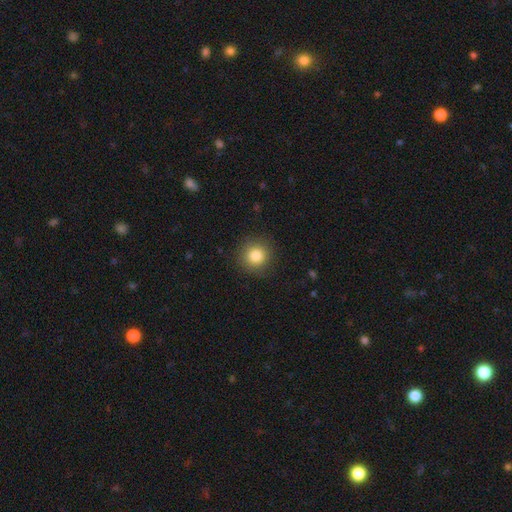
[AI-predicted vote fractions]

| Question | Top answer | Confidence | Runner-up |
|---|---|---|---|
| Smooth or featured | smooth | 84% | star or artifact (10%) |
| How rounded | round | 93% | in between (6%) |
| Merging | none | 89% | minor disturbance (7%) |